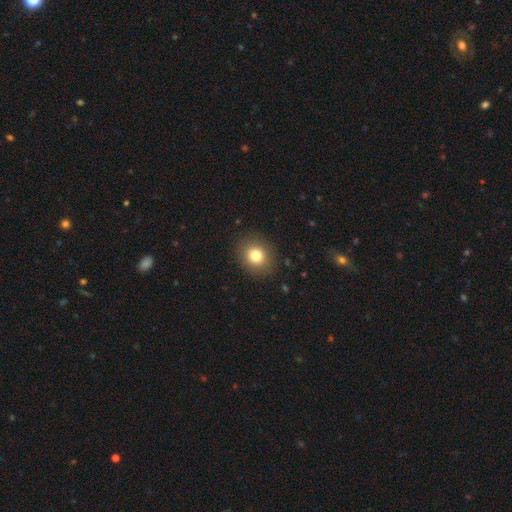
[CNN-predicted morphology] smooth 80%, star or artifact 11%, featured or disk 9%. Down the decision tree: how rounded — round (69%); merging — none (88%).